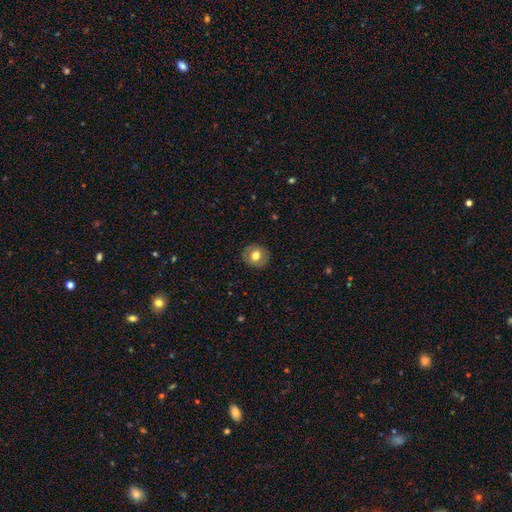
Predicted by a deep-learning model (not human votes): Q: Smooth or featured?
A: smooth (69%); runner-up: featured or disk (22%)
Q: How rounded?
A: round (86%); runner-up: in between (13%)
Q: Merging?
A: none (89%); runner-up: minor disturbance (8%)